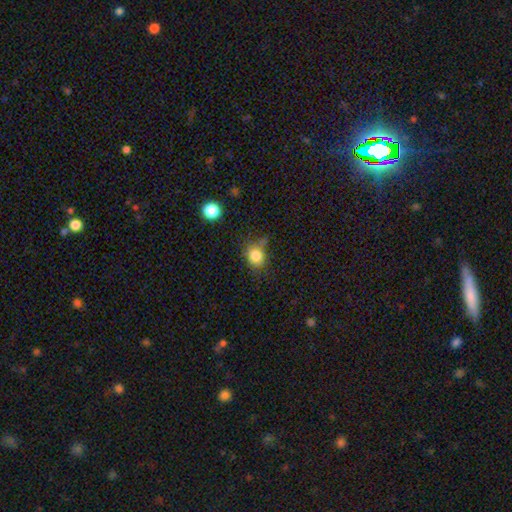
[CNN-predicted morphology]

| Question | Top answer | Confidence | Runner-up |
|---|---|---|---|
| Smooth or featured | smooth | 82% | star or artifact (12%) |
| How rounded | round | 76% | in between (23%) |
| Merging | none | 65% | minor disturbance (22%) |